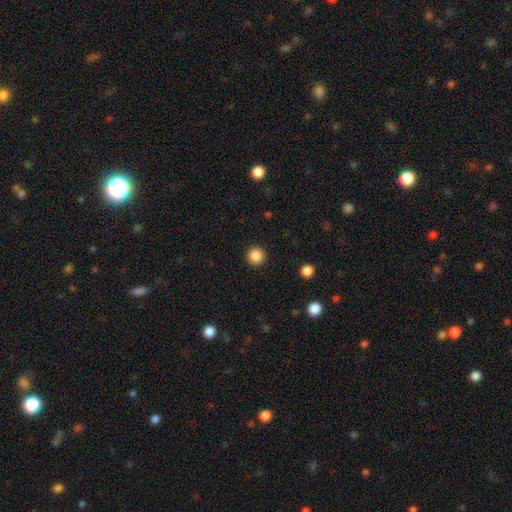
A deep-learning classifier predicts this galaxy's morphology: This appears to be a smooth galaxy with no disk features (87%) that is round (96%). Merging: none (92%).